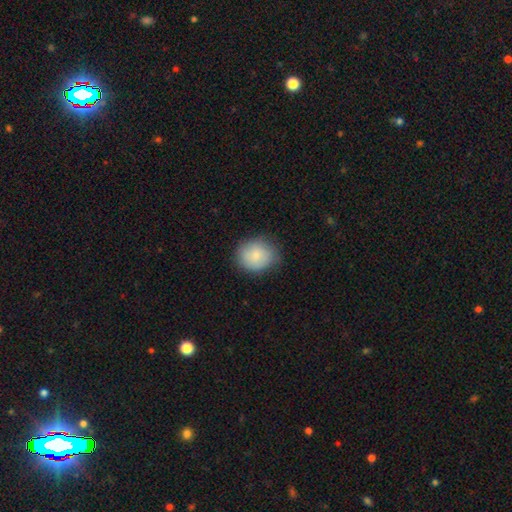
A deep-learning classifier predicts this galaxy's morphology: Smooth or featured? smooth (84%)
How rounded? round (69%)
Merging? none (77%)